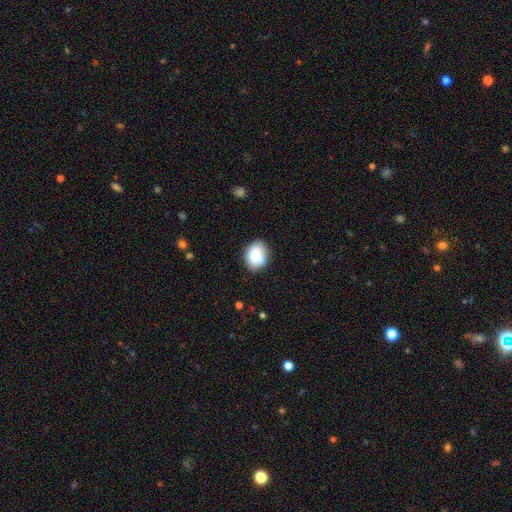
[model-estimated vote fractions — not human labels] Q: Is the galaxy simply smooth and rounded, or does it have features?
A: smooth — 81%.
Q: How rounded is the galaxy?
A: in between — 56%.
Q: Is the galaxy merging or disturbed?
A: none — 72%.